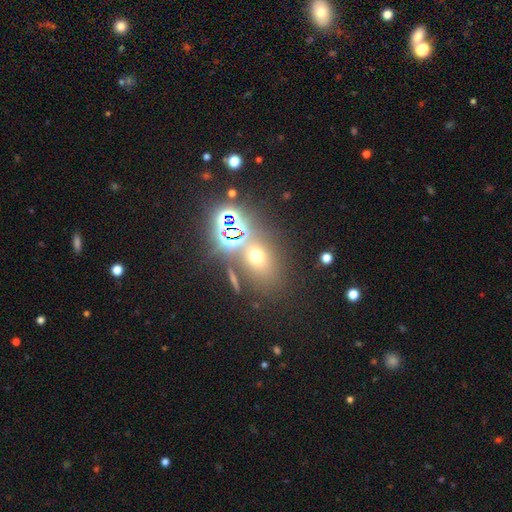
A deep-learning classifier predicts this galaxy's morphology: Smooth or featured? Predicted: smooth (p=0.53). How rounded? Predicted: in between (p=0.51). Merging? Predicted: none (p=0.69).